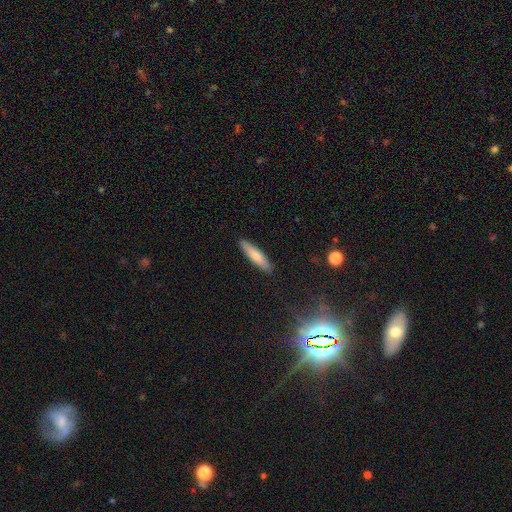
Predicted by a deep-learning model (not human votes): Smooth or featured: smooth — 76% (featured or disk — 18%)
How rounded: cigar-shaped — 81% (in between — 18%)
Merging: none — 90% (minor disturbance — 7%)